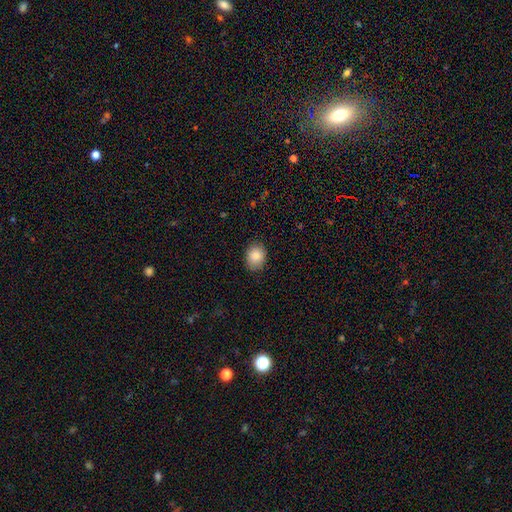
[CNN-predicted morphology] Smooth or featured? Predicted: smooth (p=0.85). How rounded? Predicted: in between (p=0.54). Merging? Predicted: none (p=0.86).